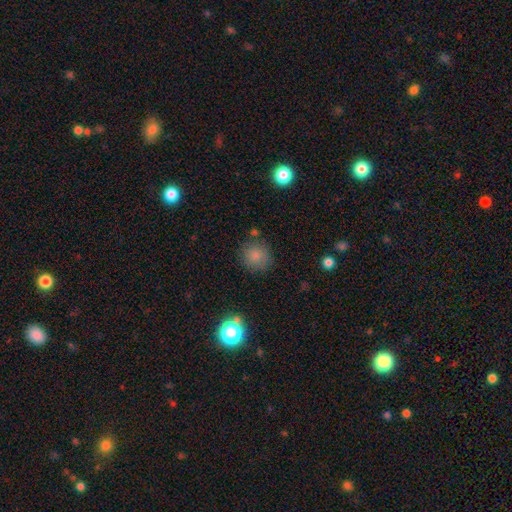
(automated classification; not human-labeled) A smooth galaxy with no disk features (82%) that is round (89%).

Vote fractions:
- Smooth or featured? smooth: 82% / star or artifact: 12% / featured or disk: 6%
- How rounded? round: 89% / in between: 10% / cigar-shaped: 1%
- Merging? none: 80% / minor disturbance: 12% / major disturbance: 4% / merger: 4%